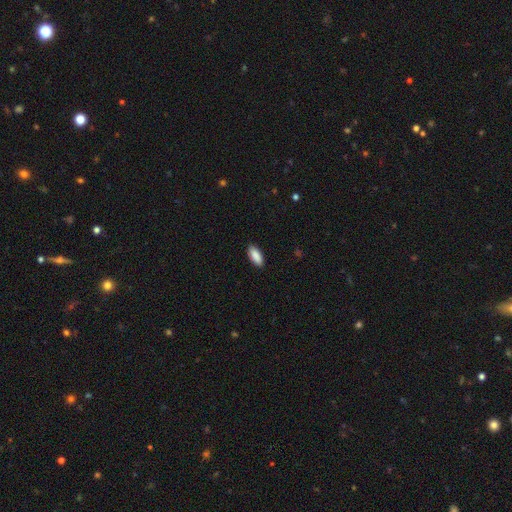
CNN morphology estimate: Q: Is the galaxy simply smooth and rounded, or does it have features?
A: smooth — 90%.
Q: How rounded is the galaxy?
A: in between — 83%.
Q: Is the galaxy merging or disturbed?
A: none — 89%.